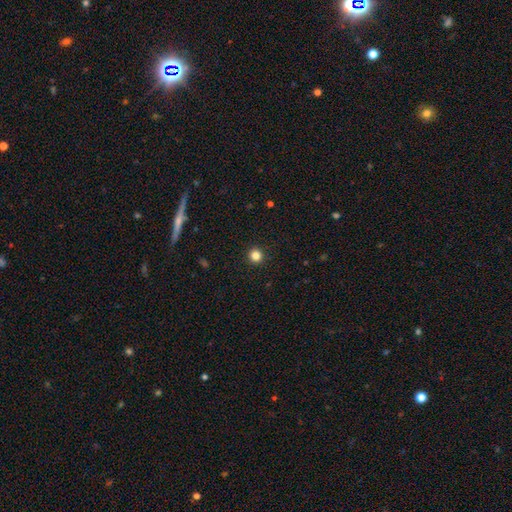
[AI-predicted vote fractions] A smooth galaxy with no disk features (83%) that is round (95%). Merging: none (93%).